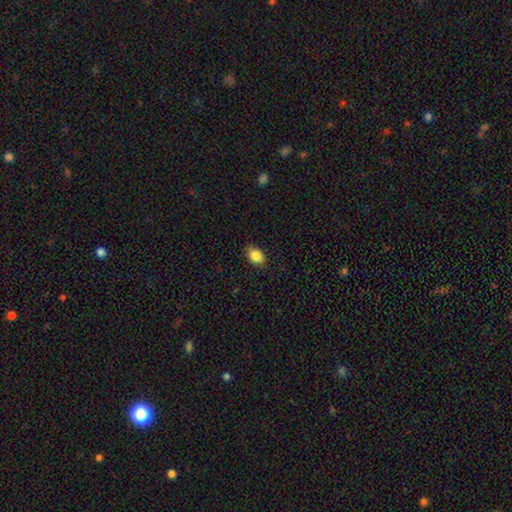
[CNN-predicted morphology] The model was most divided on "how rounded": in between: 83%, round: 16%, cigar-shaped: 1%. More confident: smooth or featured — smooth (86%); merging — none (85%).